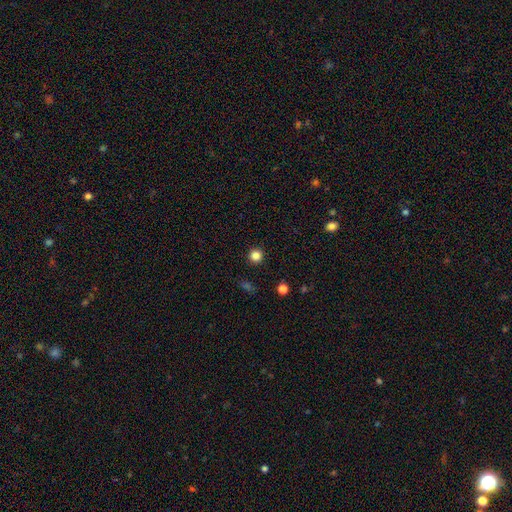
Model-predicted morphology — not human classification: A smooth galaxy with no disk features (84%) that is round (95%). Merging: none (93%).